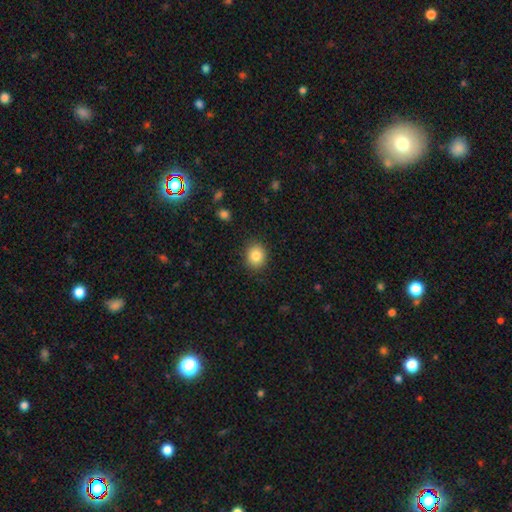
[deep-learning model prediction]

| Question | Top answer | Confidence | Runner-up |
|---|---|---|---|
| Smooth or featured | smooth | 85% | star or artifact (9%) |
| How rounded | round | 67% | in between (32%) |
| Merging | none | 87% | minor disturbance (9%) |